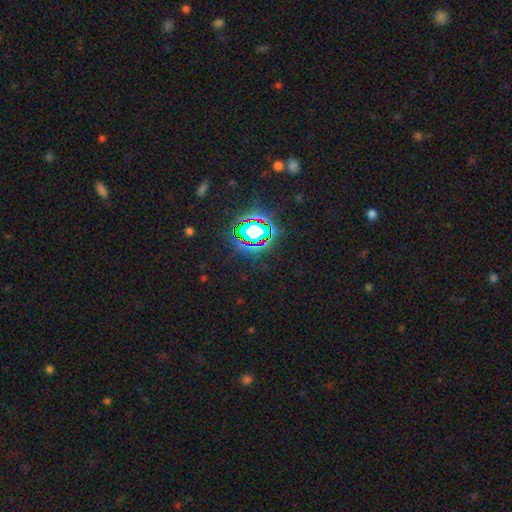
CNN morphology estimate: Smooth or featured? Predicted: star or artifact (p=0.80).